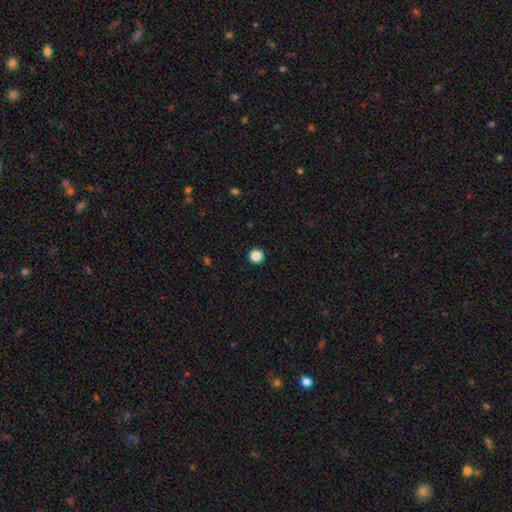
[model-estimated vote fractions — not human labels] A smooth galaxy with no disk features (87%) that is round (96%). Merging: none (93%).